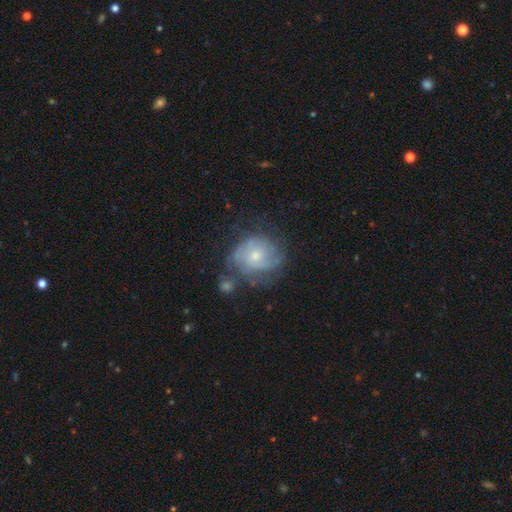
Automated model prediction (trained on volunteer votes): featured or disk 71%, smooth 22%, star or artifact 8%. Down the decision tree: edge-on disk — no (98%); bar — no (74%); spiral arms — yes (86%); spiral arm count — can't tell (41%); spiral winding — tight (56%); bulge size — small (58%); merging — none (59%).